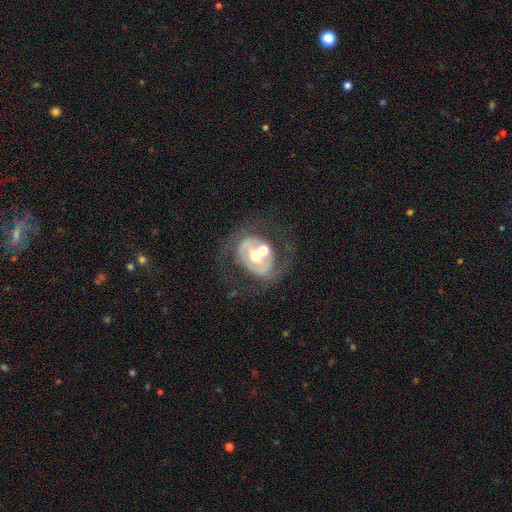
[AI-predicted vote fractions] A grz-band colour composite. It shows a featured or disk galaxy (70%) with no bar (55%), spiral arms (50%, tied with no) and a moderate central bulge (70%). Merging: none (45%).